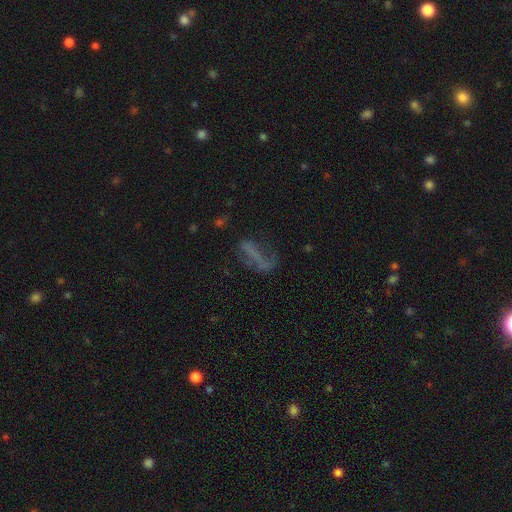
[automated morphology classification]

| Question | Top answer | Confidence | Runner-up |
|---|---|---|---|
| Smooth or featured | featured or disk | 42% | smooth (37%) |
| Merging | none | 43% | major disturbance (32%) |